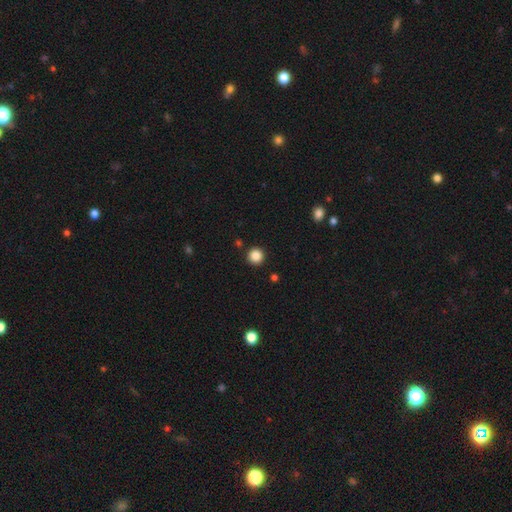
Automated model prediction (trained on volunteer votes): Morphology: type=smooth (86%); roundness=round (96%); merging=none (92%).